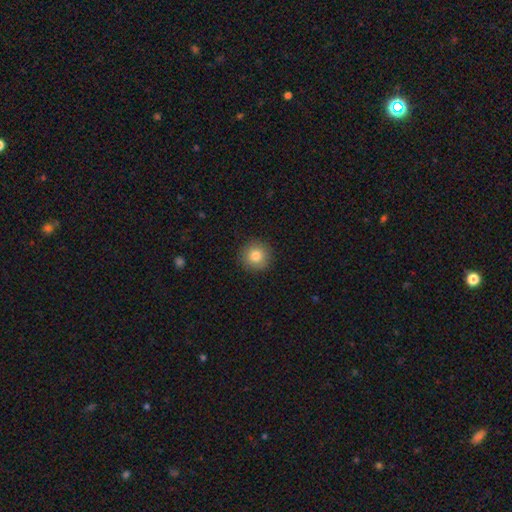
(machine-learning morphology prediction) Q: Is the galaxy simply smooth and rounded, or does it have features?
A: smooth — 82%.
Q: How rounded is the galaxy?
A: round — 95%.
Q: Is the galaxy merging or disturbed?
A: none — 91%.